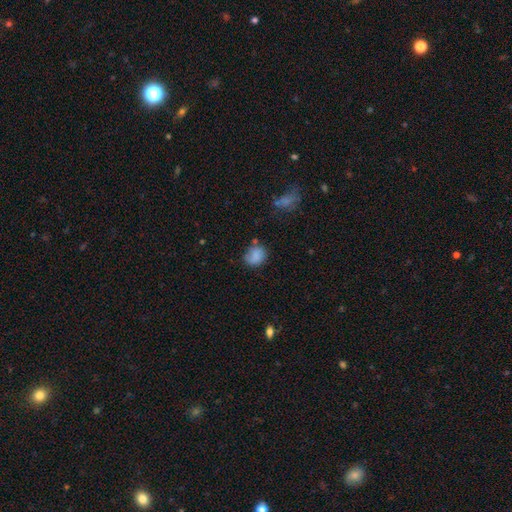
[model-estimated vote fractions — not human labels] Smooth or featured: smooth — 80% (featured or disk — 10%)
How rounded: round — 66% (in between — 33%)
Merging: none — 61% (minor disturbance — 26%)